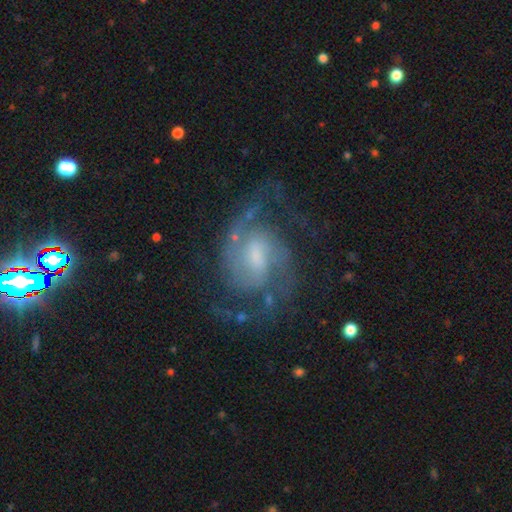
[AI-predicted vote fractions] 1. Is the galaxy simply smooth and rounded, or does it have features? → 91% featured or disk, 5% star or artifact, 4% smooth.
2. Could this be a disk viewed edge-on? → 98% no, 2% yes.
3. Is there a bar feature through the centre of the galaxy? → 54% weak, 30% no, 16% strong.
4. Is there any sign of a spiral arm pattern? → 98% yes, 2% no.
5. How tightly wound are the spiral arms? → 59% medium, 24% tight, 17% loose.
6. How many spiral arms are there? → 81% 2, 8% 3, 4% can't tell, 2% 1, 2% 4, 2% more than 4.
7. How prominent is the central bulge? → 40% small, 36% moderate, 14% none, 9% large, 2% dominant.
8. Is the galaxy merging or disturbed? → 72% none, 15% minor disturbance, 11% major disturbance, 2% merger.